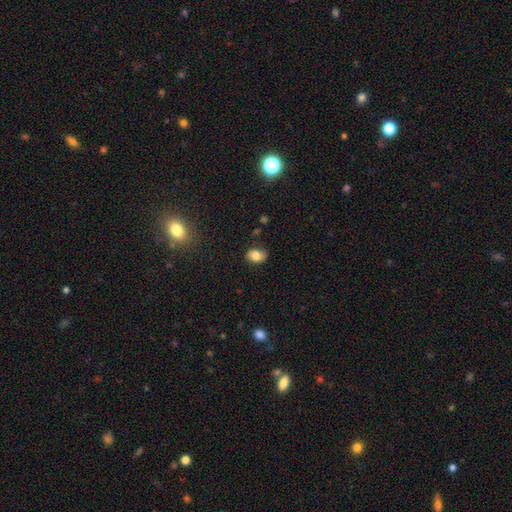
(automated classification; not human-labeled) Smooth or featured: smooth — 77% (featured or disk — 14%)
How rounded: in between — 72% (round — 27%)
Merging: none — 79% (minor disturbance — 16%)